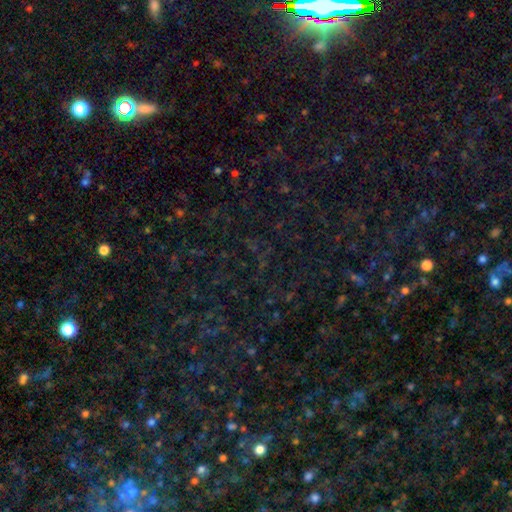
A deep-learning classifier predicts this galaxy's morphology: A star or artifact, not a galaxy (75%).